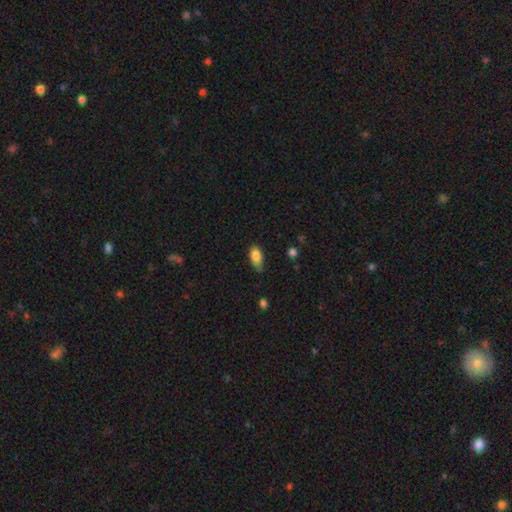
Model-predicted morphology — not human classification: This appears to be a smooth galaxy with no disk features (83%) that is in between round and cigar-shaped (88%). Merging: none (52%).